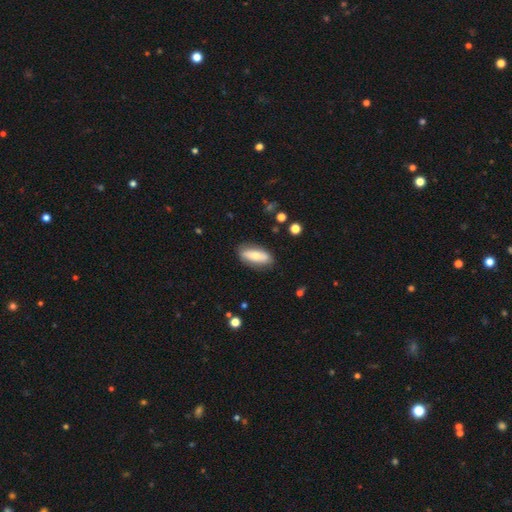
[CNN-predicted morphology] smooth-or-featured: smooth: 64% | featured or disk: 29% | star or artifact: 6%
  how-rounded: in between: 75% | cigar-shaped: 23% | round: 3%
  merging: none: 82% | minor disturbance: 13% | major disturbance: 3% | merger: 1%